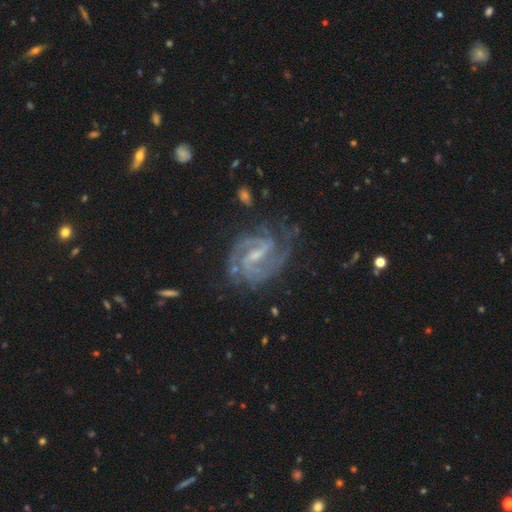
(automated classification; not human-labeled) smooth-or-featured: featured or disk: 91% | star or artifact: 5% | smooth: 3%
  disk-edge-on: no: 98% | yes: 2%
    bar: weak: 53% | strong: 35% | no: 12%
    has-spiral-arms: yes: 98% | no: 2%
      spiral-winding: medium: 50% | tight: 40% | loose: 9%
      spiral-arm-count: 2: 70% | 3: 14% | can't tell: 7% | 4: 3% | 1: 3% | more than 4: 3%
    bulge-size: small: 54% | moderate: 30% | none: 14% | large: 2% | dominant: 1%
  merging: none: 69% | minor disturbance: 19% | major disturbance: 9% | merger: 2%